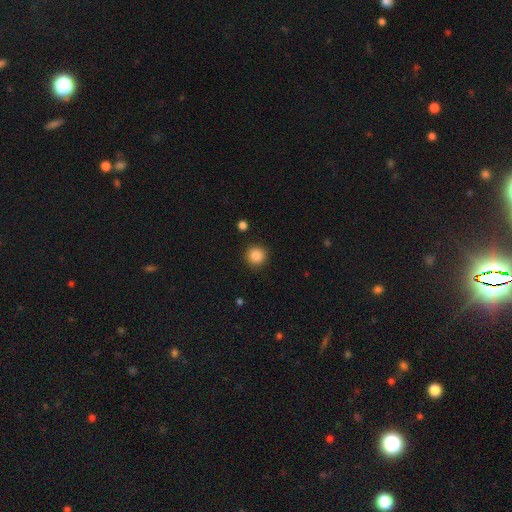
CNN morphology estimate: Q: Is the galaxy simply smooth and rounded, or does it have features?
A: smooth — 86%.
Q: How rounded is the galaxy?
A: round — 94%.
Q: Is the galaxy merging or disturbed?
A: none — 91%.